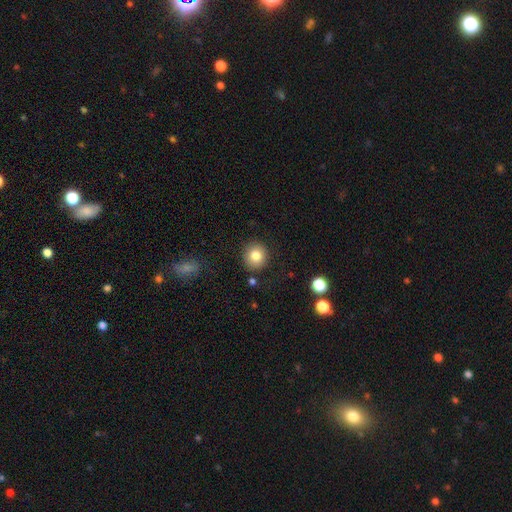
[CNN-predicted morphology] A smooth galaxy with no disk features (83%) that is round (89%).

Vote fractions:
- Smooth or featured? smooth: 83% / star or artifact: 10% / featured or disk: 8%
- How rounded? round: 89% / in between: 10% / cigar-shaped: 1%
- Merging? none: 86% / minor disturbance: 8% / major disturbance: 3% / merger: 2%